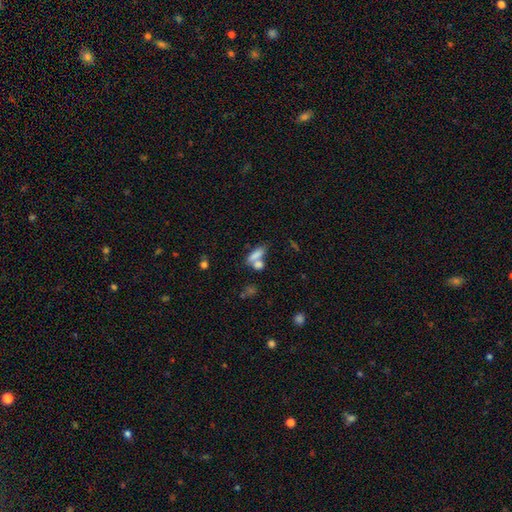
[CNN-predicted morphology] Smooth or featured? Predicted: smooth (p=0.76). How rounded? Predicted: in between (p=0.63). Merging? Predicted: merger (p=0.44).